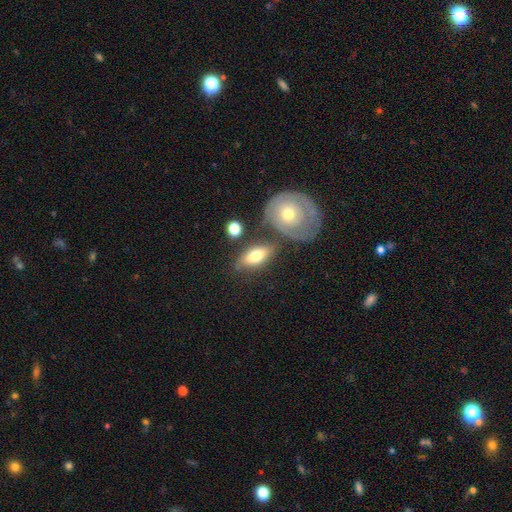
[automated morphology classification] A smooth galaxy with no disk features (64%) that is in between round and cigar-shaped (82%). Merging: none (57%).